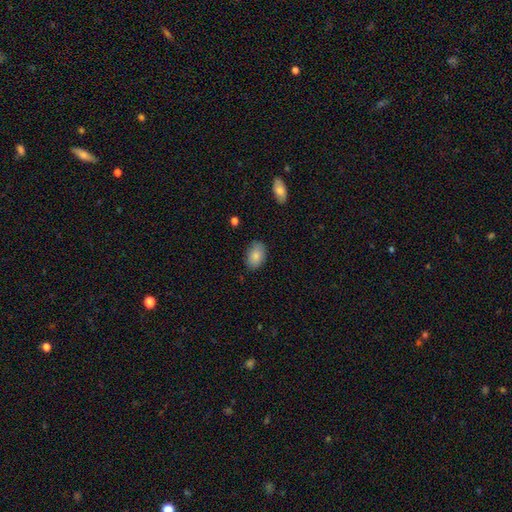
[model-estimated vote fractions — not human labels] The model was most divided on "merging": none: 82%, minor disturbance: 14%, major disturbance: 3%, merger: 1%. More confident: how rounded — in between (88%); smooth or featured — smooth (85%).